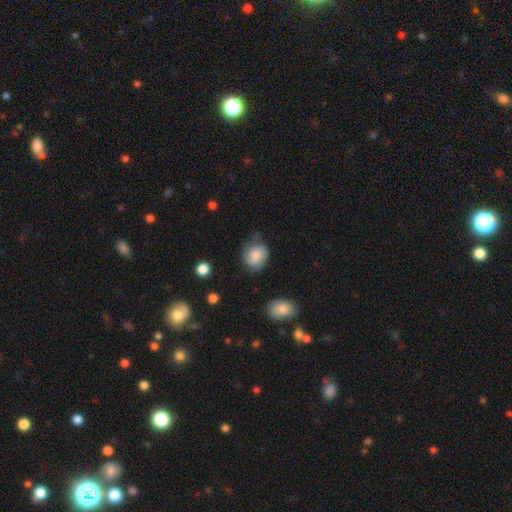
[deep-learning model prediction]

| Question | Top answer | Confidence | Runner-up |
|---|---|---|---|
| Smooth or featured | smooth | 77% | featured or disk (16%) |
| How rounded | round | 70% | in between (29%) |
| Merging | none | 55% | minor disturbance (32%) |